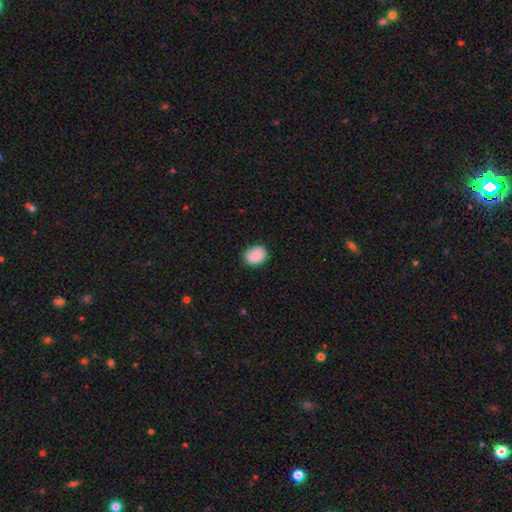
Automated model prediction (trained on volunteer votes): This is clearly a smooth galaxy (89%). How rounded: possibly in between (58%). Merging: clearly none (82%).